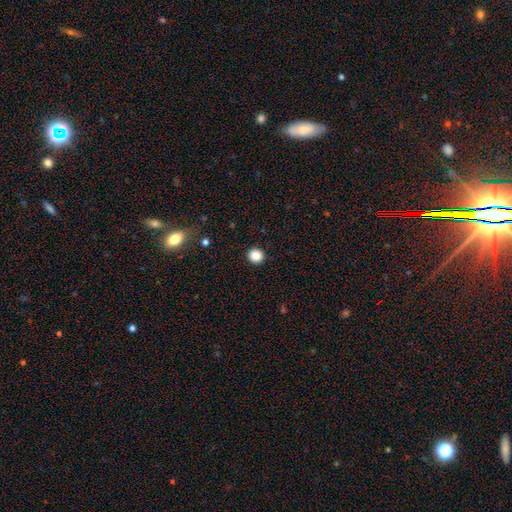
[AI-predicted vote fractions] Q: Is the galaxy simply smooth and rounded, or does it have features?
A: smooth — 87%.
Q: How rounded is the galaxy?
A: round — 91%.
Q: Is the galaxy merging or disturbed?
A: none — 92%.